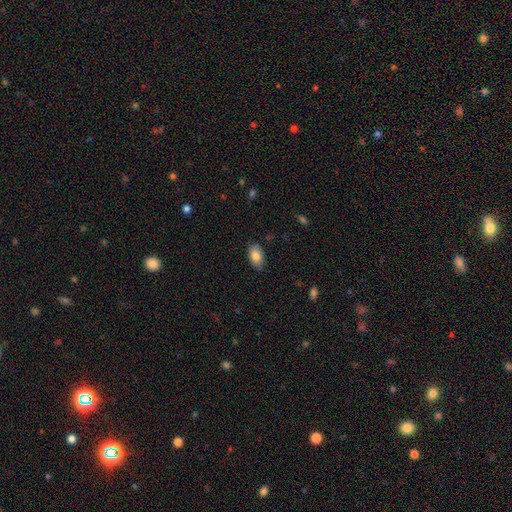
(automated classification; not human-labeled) smooth-or-featured: smooth: 84% | featured or disk: 9% | star or artifact: 7%
  how-rounded: in between: 93% | round: 5% | cigar-shaped: 2%
  merging: none: 83% | minor disturbance: 14% | major disturbance: 2% | merger: 1%